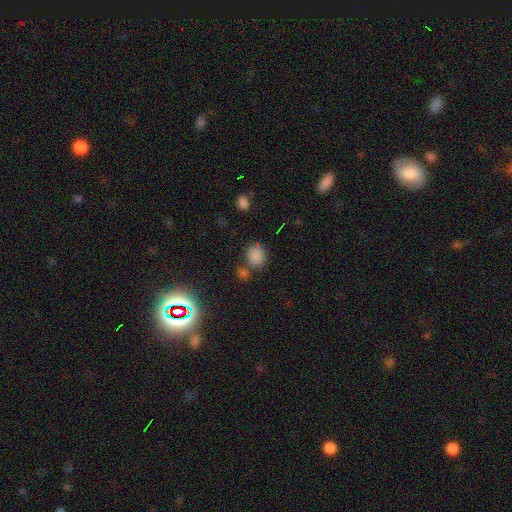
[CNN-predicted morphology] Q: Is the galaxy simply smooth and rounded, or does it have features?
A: smooth — 80%.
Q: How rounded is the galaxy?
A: round — 60%.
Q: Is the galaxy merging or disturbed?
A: none — 66%.